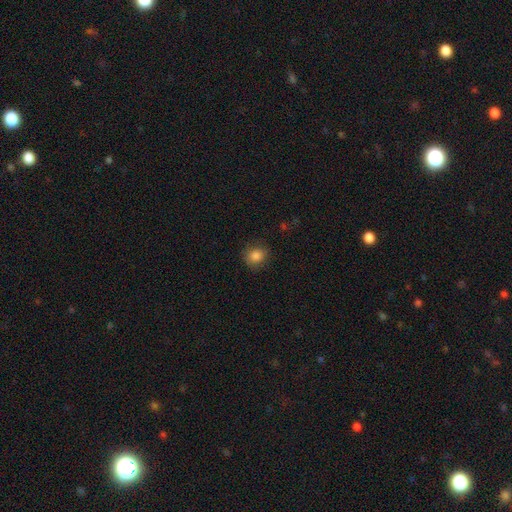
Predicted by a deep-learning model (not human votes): smooth_or_featured: smooth (p=0.84) [alt: star or artifact p=0.11]
how_rounded: round (p=0.76) [alt: in between p=0.23]
merging: none (p=0.84) [alt: minor disturbance p=0.12]